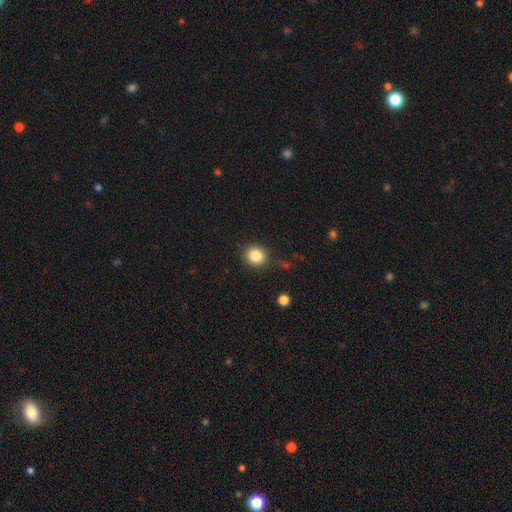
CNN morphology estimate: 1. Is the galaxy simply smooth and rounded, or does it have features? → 85% smooth, 10% star or artifact, 5% featured or disk.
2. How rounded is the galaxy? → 87% round, 13% in between, 1% cigar-shaped.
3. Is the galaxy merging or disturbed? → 85% none, 10% minor disturbance, 3% major disturbance, 2% merger.